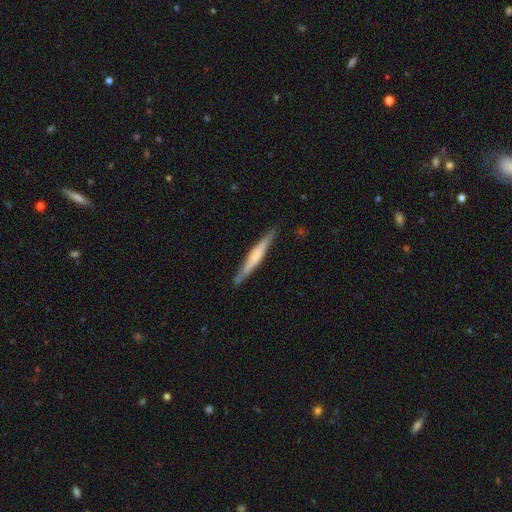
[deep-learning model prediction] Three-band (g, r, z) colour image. It shows a featured or disk galaxy (60%) viewed edge-on (97%) with a rounded central bulge (53%). Merging: none (87%).